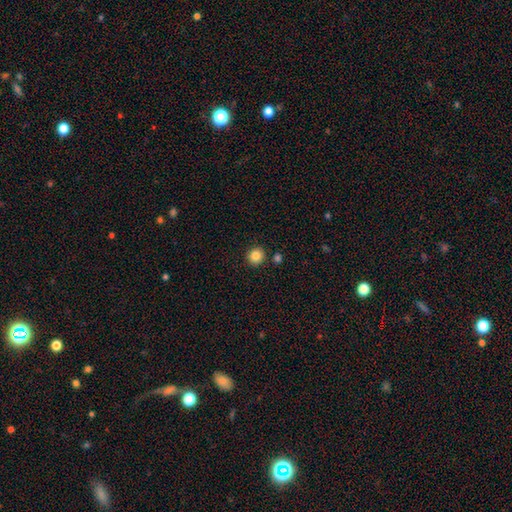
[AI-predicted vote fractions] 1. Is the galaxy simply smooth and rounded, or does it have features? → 85% smooth, 10% star or artifact, 5% featured or disk.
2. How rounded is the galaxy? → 91% round, 9% in between, 1% cigar-shaped.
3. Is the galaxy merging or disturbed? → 88% none, 6% minor disturbance, 4% merger, 2% major disturbance.